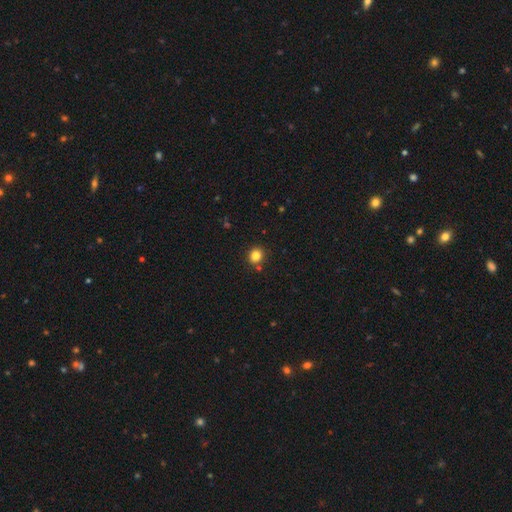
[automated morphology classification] A smooth galaxy with no disk features (83%) that is round (79%).

Vote fractions:
- Smooth or featured? smooth: 83% / star or artifact: 12% / featured or disk: 5%
- How rounded? round: 79% / in between: 20% / cigar-shaped: 1%
- Merging? none: 86% / minor disturbance: 7% / merger: 4% / major disturbance: 2%